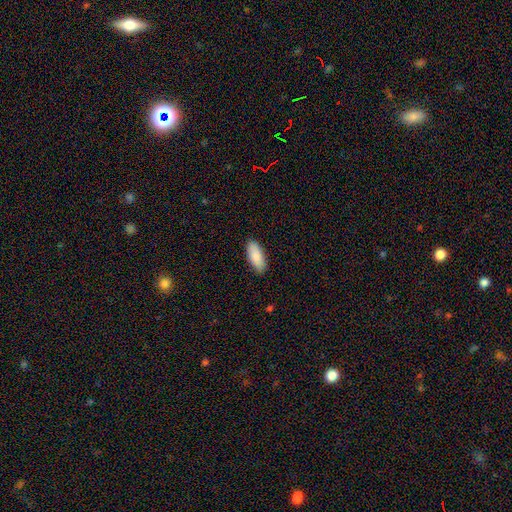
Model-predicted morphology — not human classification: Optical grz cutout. It shows a smooth galaxy with no disk features (89%) that is in between round and cigar-shaped (82%). Merging: none (89%).